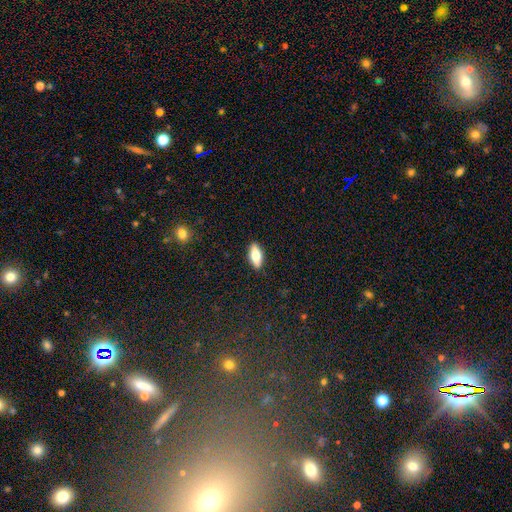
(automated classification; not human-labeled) smooth-or-featured: smooth: 69% | featured or disk: 25% | star or artifact: 7%
  how-rounded: in between: 74% | cigar-shaped: 24% | round: 3%
  merging: none: 89% | minor disturbance: 8% | major disturbance: 2% | merger: 1%